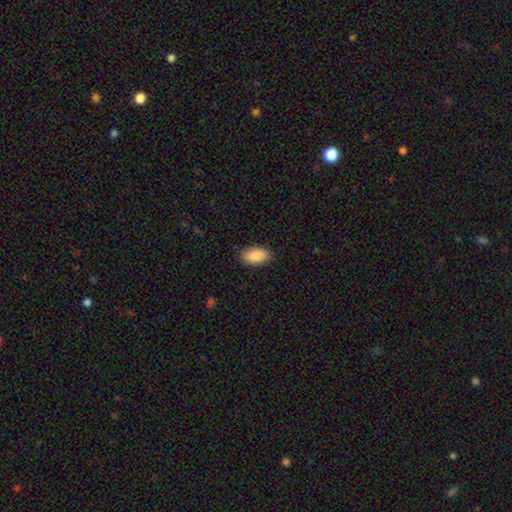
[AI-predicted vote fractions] A smooth galaxy with no disk features (88%) that is in between round and cigar-shaped (95%). Merging: none (87%).